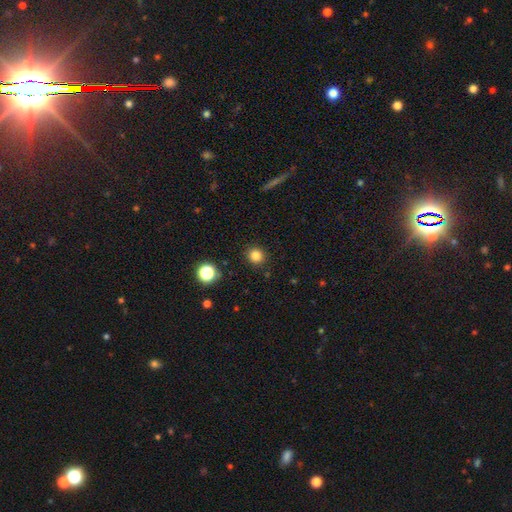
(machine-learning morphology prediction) A smooth galaxy with no disk features (82%) that is round (91%). Merging: none (91%).